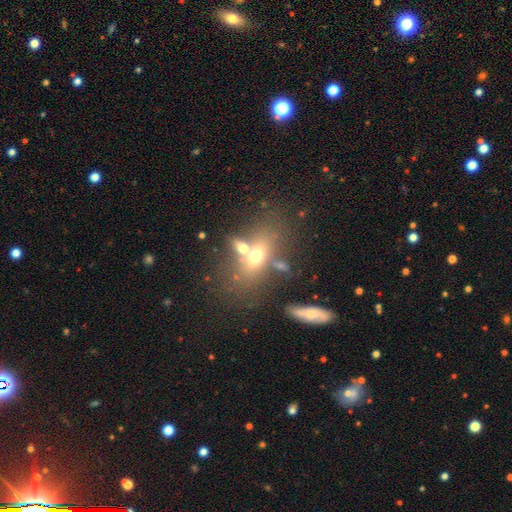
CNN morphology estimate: smooth_or_featured: smooth (p=0.57) [alt: featured or disk p=0.29]
how_rounded: in between (p=0.73) [alt: round p=0.18]
merging: merger (p=0.40) [tied with: none p=0.40]